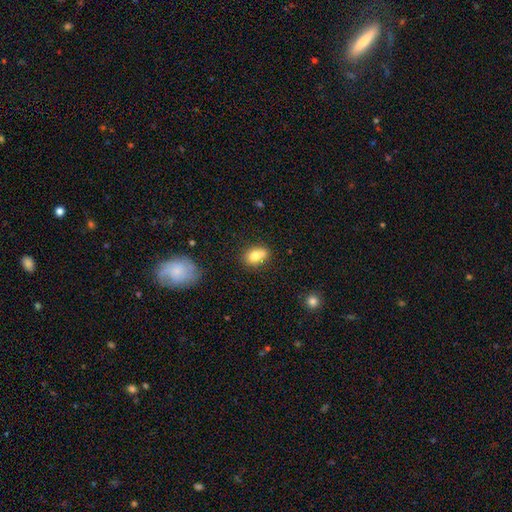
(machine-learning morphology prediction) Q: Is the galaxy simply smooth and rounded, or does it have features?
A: smooth — 77%.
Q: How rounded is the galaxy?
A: in between — 70%.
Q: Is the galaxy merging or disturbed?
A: none — 58%.